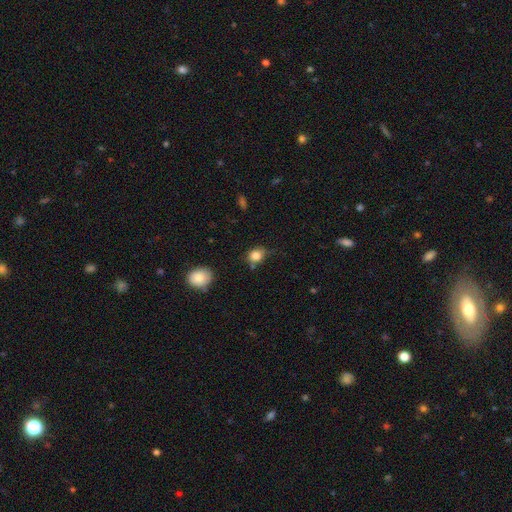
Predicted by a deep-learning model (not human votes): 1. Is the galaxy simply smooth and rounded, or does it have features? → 83% smooth, 10% star or artifact, 7% featured or disk.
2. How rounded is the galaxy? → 55% round, 43% in between, 1% cigar-shaped.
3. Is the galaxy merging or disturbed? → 60% none, 27% minor disturbance, 7% major disturbance, 6% merger.